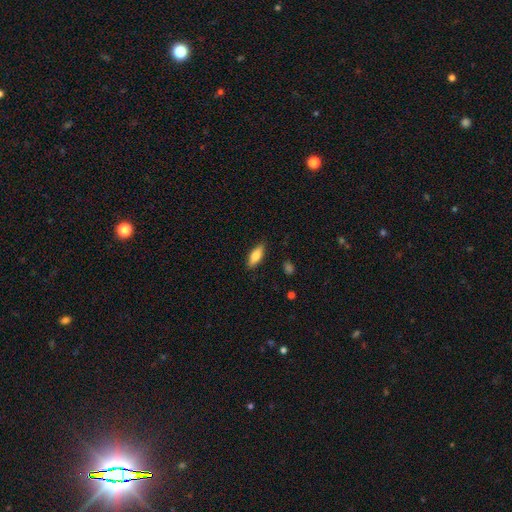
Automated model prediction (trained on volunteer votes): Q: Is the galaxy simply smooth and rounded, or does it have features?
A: smooth — 75%.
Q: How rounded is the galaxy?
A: in between — 69%.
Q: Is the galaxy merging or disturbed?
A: none — 86%.